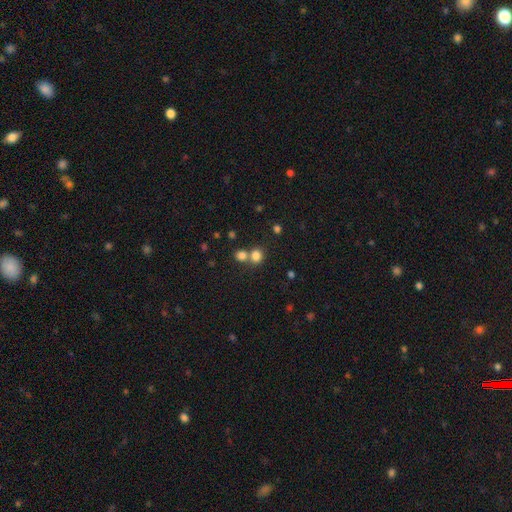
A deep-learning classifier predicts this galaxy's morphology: This is likely a smooth galaxy (79%). How rounded: likely round (79%). Merging: possibly none (50%).